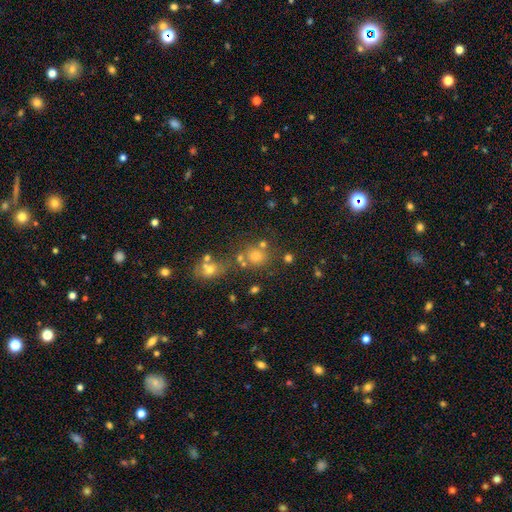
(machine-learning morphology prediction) smooth_or_featured: smooth (p=0.59) [alt: star or artifact p=0.30]
how_rounded: round (p=0.81) [alt: in between p=0.18]
merging: none (p=0.60) [alt: merger p=0.23]